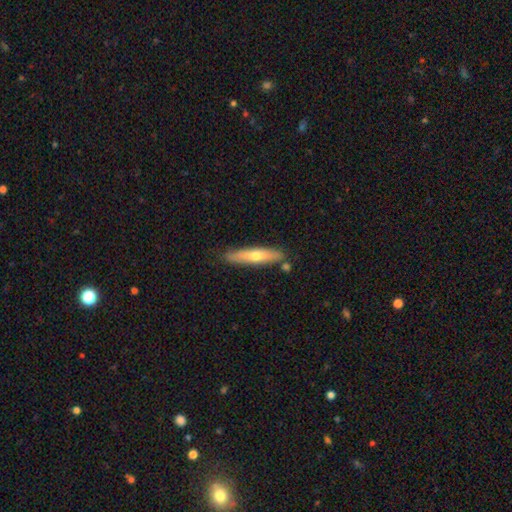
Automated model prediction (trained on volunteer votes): This is possibly a smooth galaxy (53%). How rounded: clearly cigar-shaped (85%). Merging: clearly none (82%).